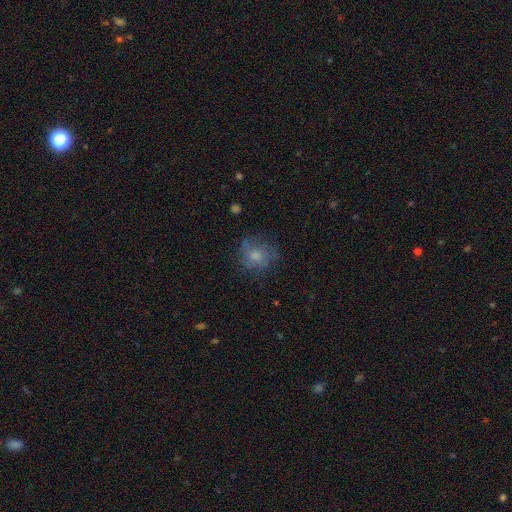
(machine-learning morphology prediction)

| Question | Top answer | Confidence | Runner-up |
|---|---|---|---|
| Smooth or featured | smooth | 59% | featured or disk (29%) |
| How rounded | round | 75% | in between (24%) |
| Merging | none | 62% | minor disturbance (22%) |